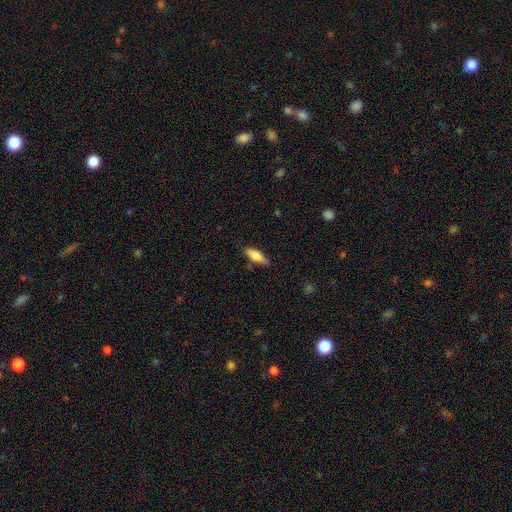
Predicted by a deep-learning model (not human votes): The model was most divided on "how rounded": in between: 61%, cigar-shaped: 37%, round: 2%. More confident: merging — none (81%); smooth or featured — smooth (75%).